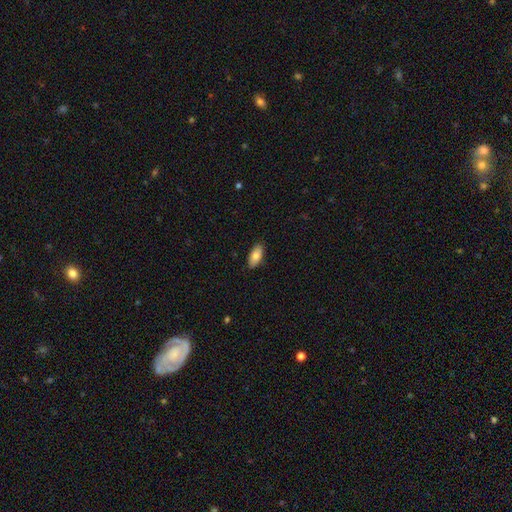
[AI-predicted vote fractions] This is clearly a smooth galaxy (81%). How rounded: clearly in between (91%). Merging: clearly none (88%).